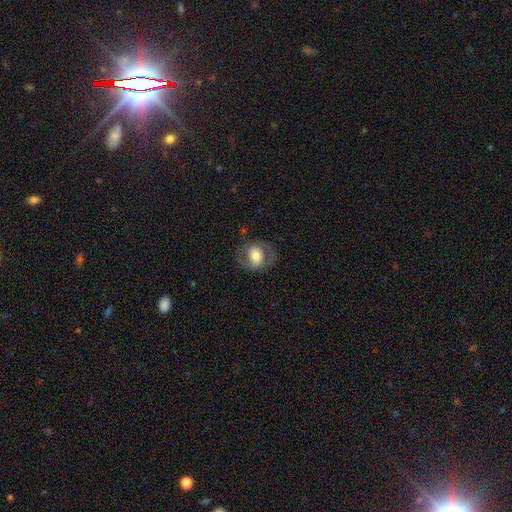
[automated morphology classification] Smooth or featured? featured or disk (59%)
Edge-on disk? no (96%)
Bar? no (50%)
Spiral arms? yes (64%)
Bulge size? moderate (53%)
Merging? none (77%)